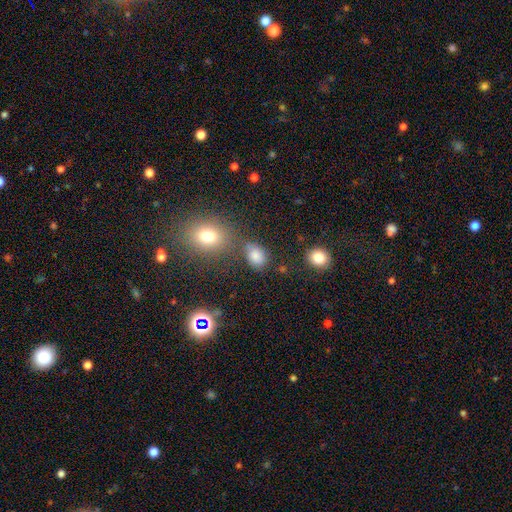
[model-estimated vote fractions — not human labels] smooth_or_featured: smooth (p=0.79) [alt: star or artifact p=0.14]
how_rounded: in between (p=0.70) [alt: round p=0.28]
merging: none (p=0.65) [alt: minor disturbance p=0.17]